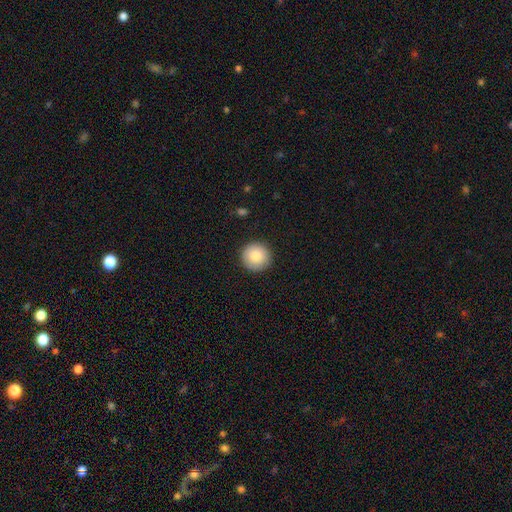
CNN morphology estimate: A smooth galaxy with no disk features (85%) that is round (96%). Merging: none (92%).